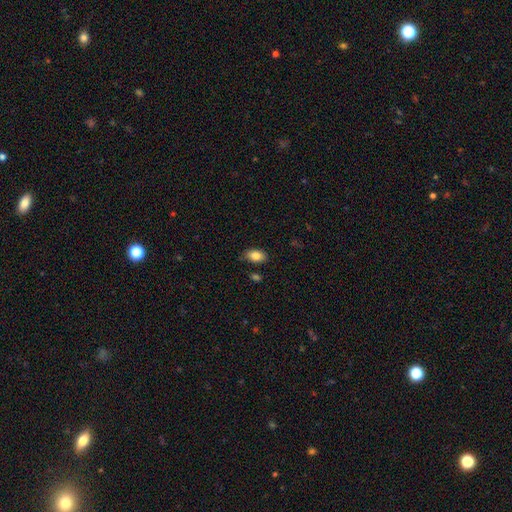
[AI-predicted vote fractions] Overall: smooth (83%). How rounded: in between (91%). Merging: none (83%).